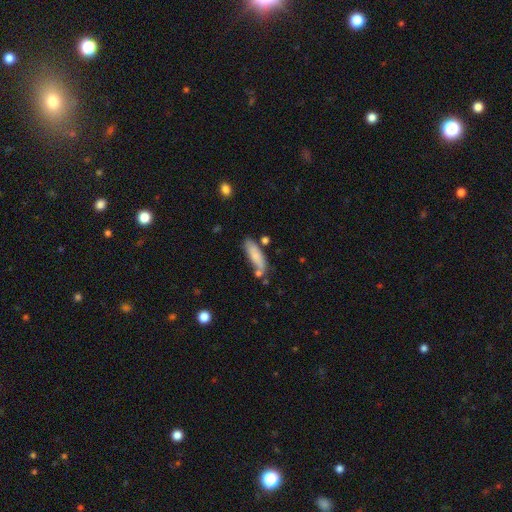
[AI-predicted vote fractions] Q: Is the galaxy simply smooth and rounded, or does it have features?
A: smooth — 78%.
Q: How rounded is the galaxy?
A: cigar-shaped — 52%.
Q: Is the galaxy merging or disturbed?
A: none — 63%.